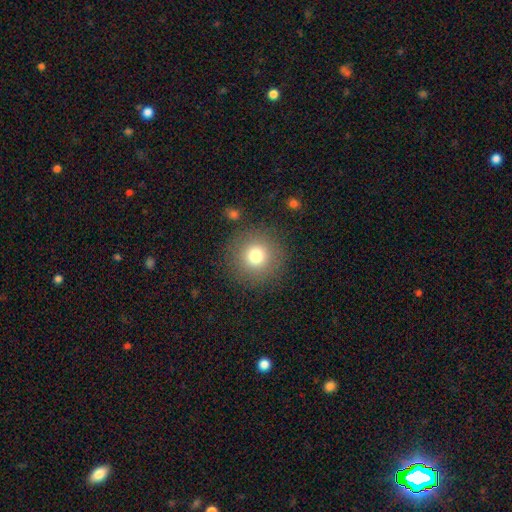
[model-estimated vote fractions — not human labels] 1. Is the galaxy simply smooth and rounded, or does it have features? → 76% smooth, 13% star or artifact, 11% featured or disk.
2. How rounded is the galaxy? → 95% round, 4% in between, 1% cigar-shaped.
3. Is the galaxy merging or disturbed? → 88% none, 7% minor disturbance, 4% major disturbance, 2% merger.